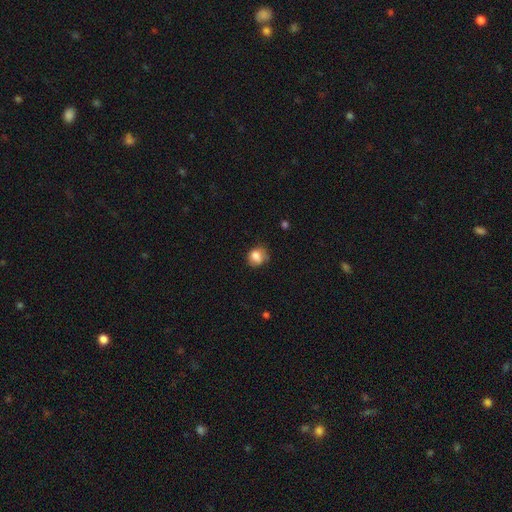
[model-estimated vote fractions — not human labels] Smooth or featured? Predicted: smooth (p=0.80). How rounded? Predicted: round (p=0.69). Merging? Predicted: none (p=0.58).